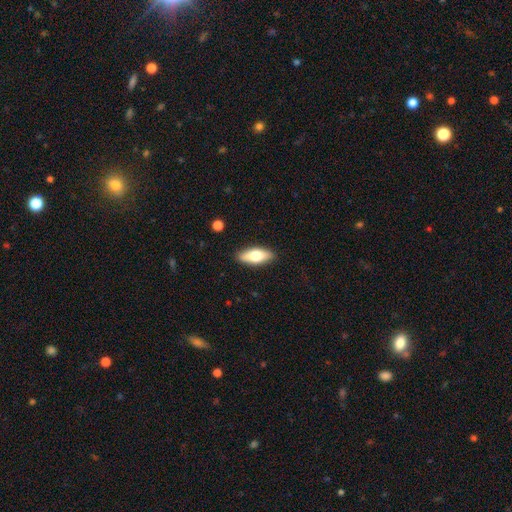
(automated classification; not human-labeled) Smooth or featured? Predicted: smooth (p=0.67). How rounded? Predicted: in between (p=0.77). Merging? Predicted: none (p=0.88).